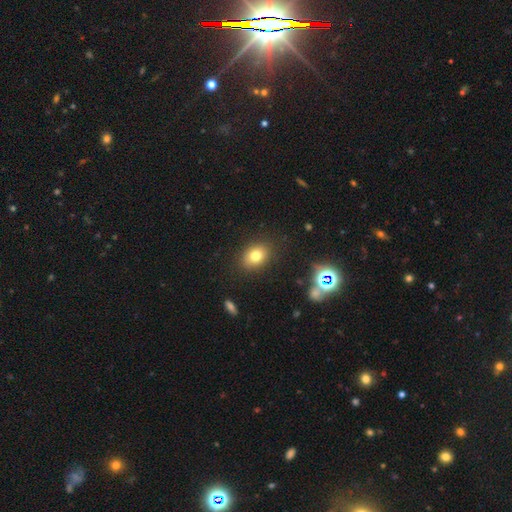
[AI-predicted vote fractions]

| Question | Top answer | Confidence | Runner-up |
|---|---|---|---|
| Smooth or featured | smooth | 76% | star or artifact (13%) |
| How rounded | in between | 60% | round (39%) |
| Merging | none | 85% | minor disturbance (11%) |